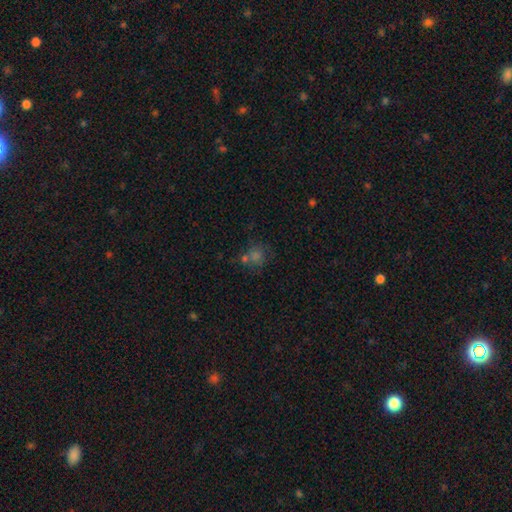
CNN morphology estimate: Q: Smooth or featured?
A: smooth (55%); runner-up: star or artifact (30%)
Q: How rounded?
A: round (82%); runner-up: in between (16%)
Q: Merging?
A: none (56%); runner-up: merger (22%)